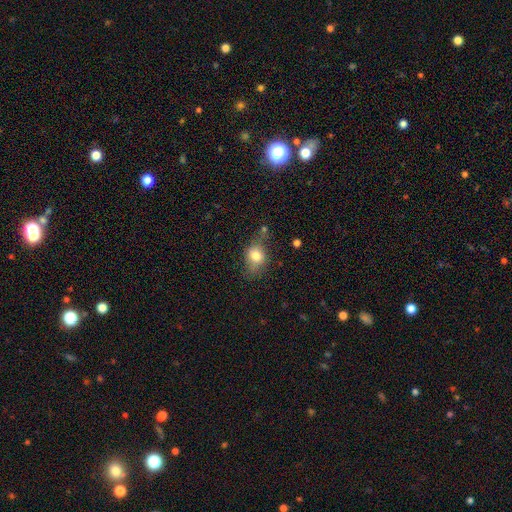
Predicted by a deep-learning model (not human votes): This appears to be a smooth galaxy with no disk features (76%) that is in between round and cigar-shaped (56%). Merging: none (57%).